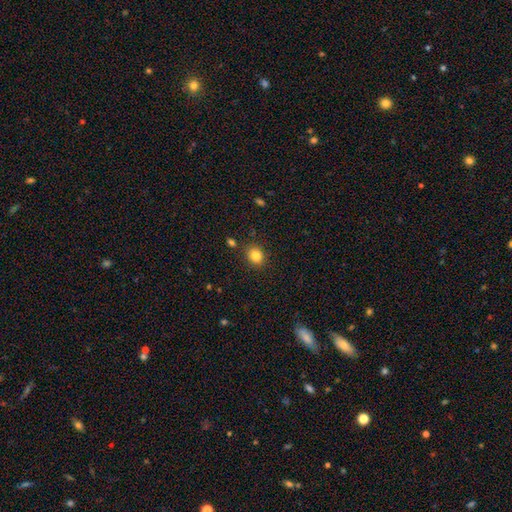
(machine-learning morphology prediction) smooth-or-featured: smooth: 84% | star or artifact: 11% | featured or disk: 5%
  how-rounded: round: 67% | in between: 32% | cigar-shaped: 1%
  merging: none: 85% | minor disturbance: 9% | merger: 3% | major disturbance: 3%